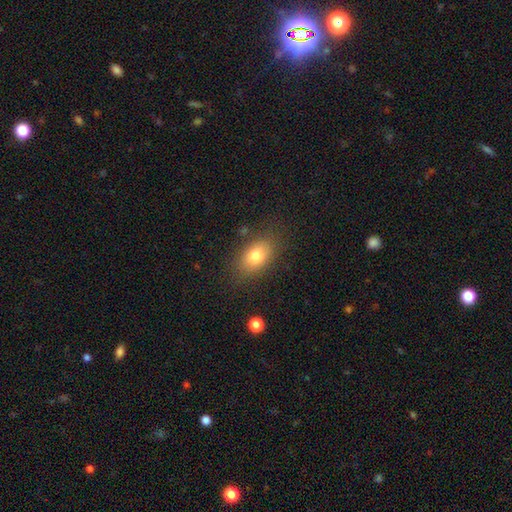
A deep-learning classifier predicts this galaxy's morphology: The model was most divided on "smooth or featured": smooth: 78%, featured or disk: 12%, star or artifact: 10%. More confident: how rounded — in between (85%); merging — none (81%).